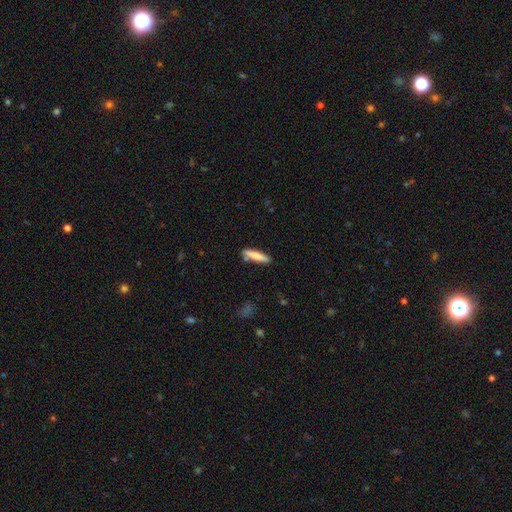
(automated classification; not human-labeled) Q: Smooth or featured?
A: smooth (79%); runner-up: featured or disk (15%)
Q: How rounded?
A: cigar-shaped (84%); runner-up: in between (14%)
Q: Merging?
A: none (83%); runner-up: minor disturbance (11%)